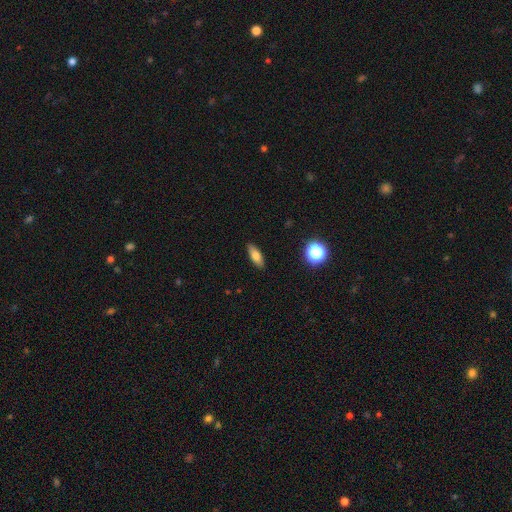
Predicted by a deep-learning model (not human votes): smooth_or_featured: smooth (p=0.72) [alt: featured or disk p=0.19]
how_rounded: in between (p=0.63) [alt: cigar-shaped p=0.32]
merging: none (p=0.89) [alt: minor disturbance p=0.08]